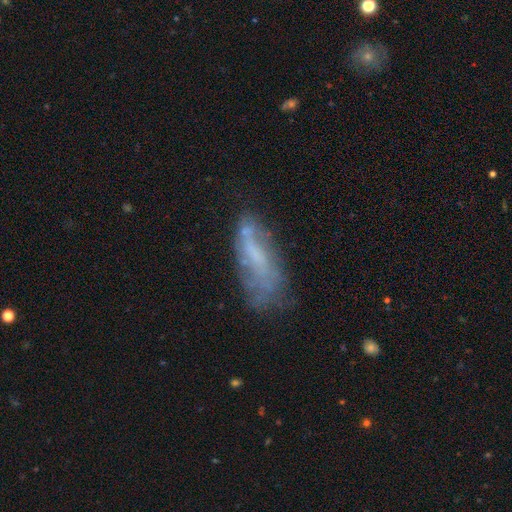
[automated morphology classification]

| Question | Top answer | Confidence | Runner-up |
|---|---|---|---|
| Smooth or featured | featured or disk | 49% | smooth (41%) |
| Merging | none | 47% | minor disturbance (27%) |